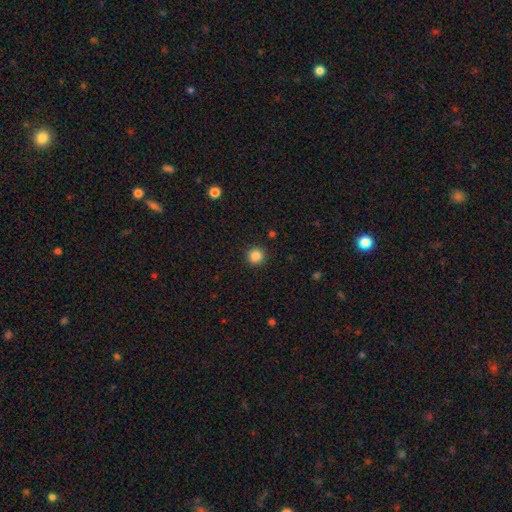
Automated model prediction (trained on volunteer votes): Overall: smooth (85%). How rounded: round (95%). Merging: none (92%).